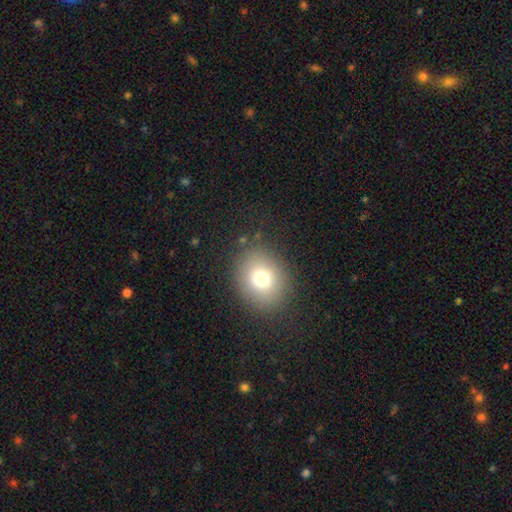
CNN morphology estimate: smooth_or_featured: smooth (p=0.75) [alt: star or artifact p=0.14]
how_rounded: round (p=0.65) [alt: in between p=0.34]
merging: none (p=0.87) [alt: minor disturbance p=0.09]